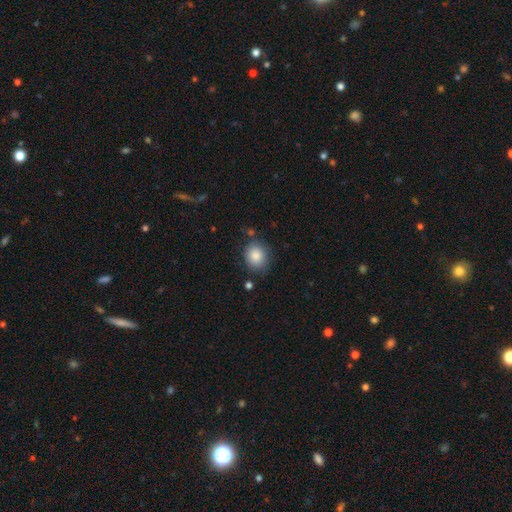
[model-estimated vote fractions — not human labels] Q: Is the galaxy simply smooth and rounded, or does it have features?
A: smooth — 86%.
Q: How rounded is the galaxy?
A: round — 69%.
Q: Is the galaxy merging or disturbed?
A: none — 78%.